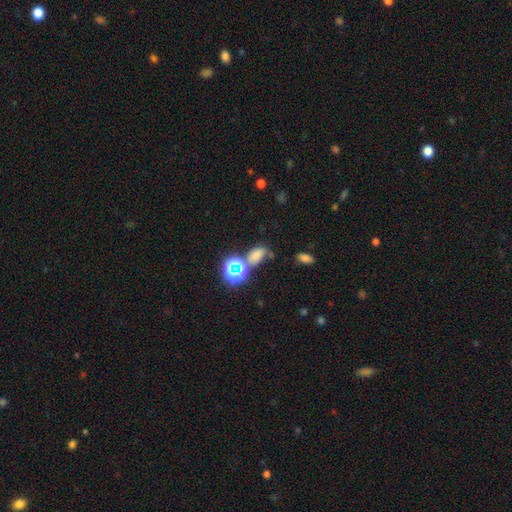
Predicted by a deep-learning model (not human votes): Smooth or featured? smooth (62%)
How rounded? in between (79%)
Merging? none (50%)